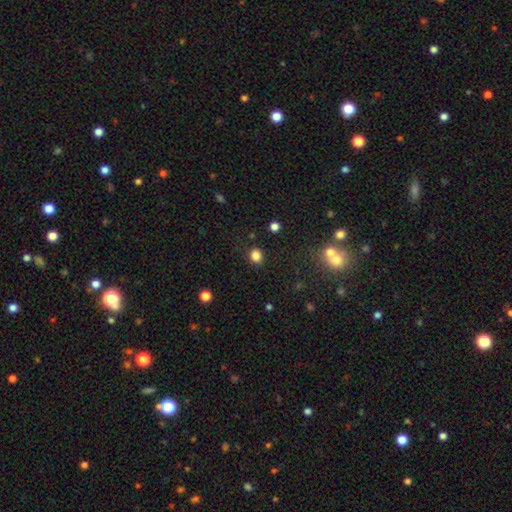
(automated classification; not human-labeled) A smooth galaxy with no disk features (83%) that is round (65%).

Vote fractions:
- Smooth or featured? smooth: 83% / star or artifact: 13% / featured or disk: 4%
- How rounded? round: 65% / in between: 34% / cigar-shaped: 1%
- Merging? none: 87% / minor disturbance: 9% / major disturbance: 3% / merger: 2%